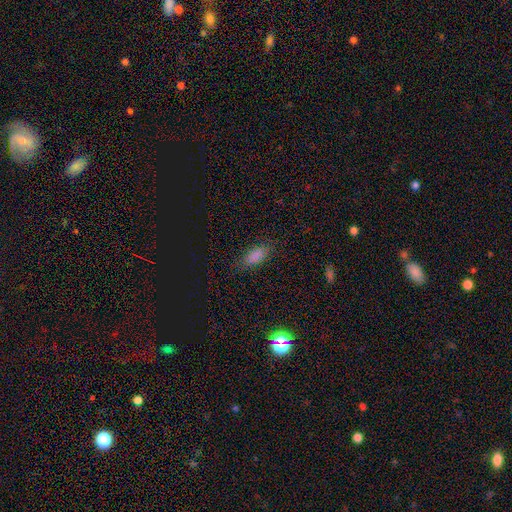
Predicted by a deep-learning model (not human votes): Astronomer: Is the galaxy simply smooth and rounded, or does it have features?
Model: smooth — 82%.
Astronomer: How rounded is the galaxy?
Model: in between — 83%.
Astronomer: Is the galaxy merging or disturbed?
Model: none — 77%.